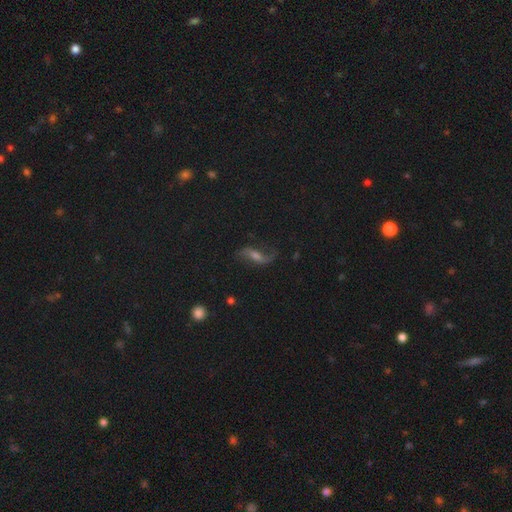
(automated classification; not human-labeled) Smooth or featured? featured or disk (77%)
Edge-on disk? no (90%)
Bar? weak (40%)
Spiral arms? yes (94%)
Spiral winding? loose (87%)
Spiral arm count? 2 (90%)
Bulge size? moderate (46%)
Merging? none (71%)